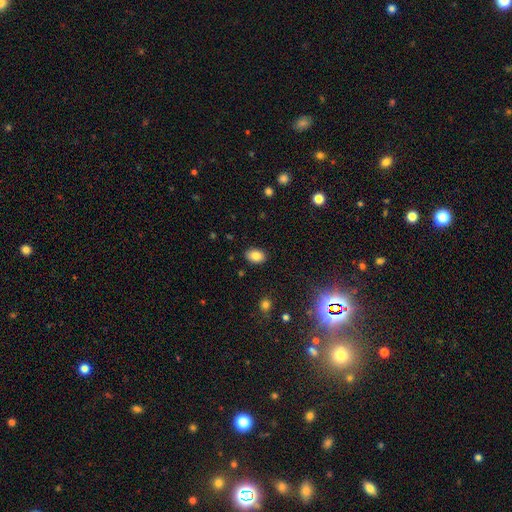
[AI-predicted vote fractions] smooth-or-featured: smooth: 85% | star or artifact: 9% | featured or disk: 6%
  how-rounded: in between: 82% | round: 17% | cigar-shaped: 1%
  merging: none: 88% | minor disturbance: 9% | major disturbance: 2% | merger: 1%